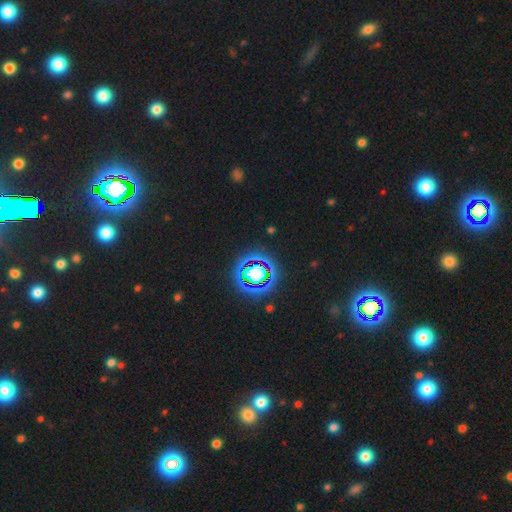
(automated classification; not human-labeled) The model was most divided on "smooth or featured": star or artifact: 80%, smooth: 12%, featured or disk: 7%.